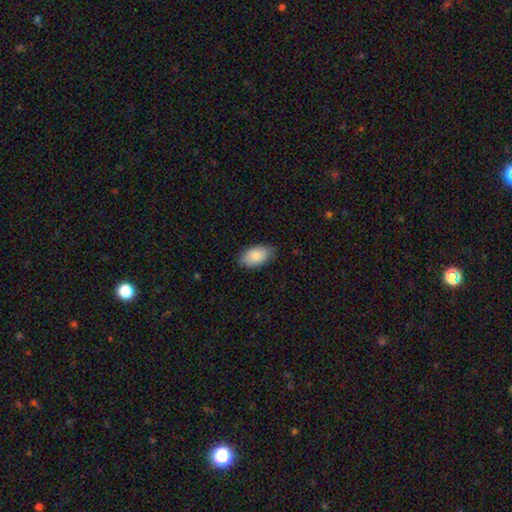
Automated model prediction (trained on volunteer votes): A smooth galaxy with no disk features (85%) that is in between round and cigar-shaped (94%). Merging: none (82%).